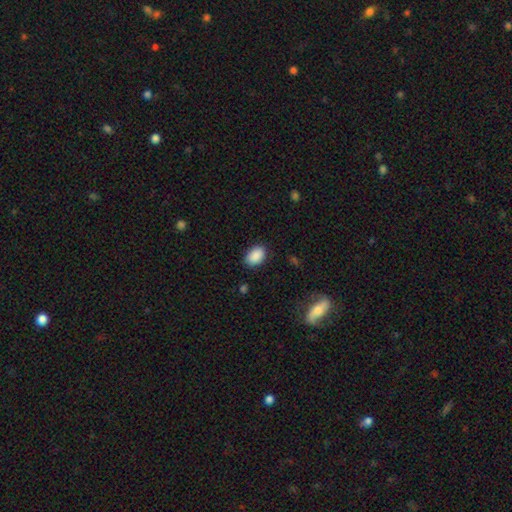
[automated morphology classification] smooth-or-featured: smooth: 90% | star or artifact: 7% | featured or disk: 3%
  how-rounded: in between: 87% | round: 12% | cigar-shaped: 1%
  merging: none: 85% | minor disturbance: 11% | major disturbance: 3% | merger: 1%